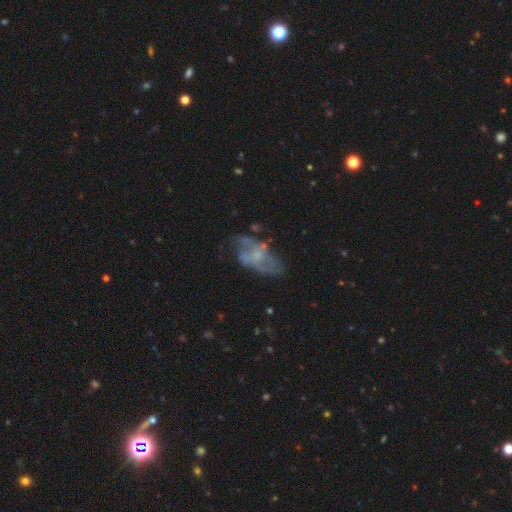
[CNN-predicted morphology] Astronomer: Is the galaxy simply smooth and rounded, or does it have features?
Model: featured or disk — 60%.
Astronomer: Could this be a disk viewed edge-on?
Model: no — 94%.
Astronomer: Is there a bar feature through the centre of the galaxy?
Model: no — 74%.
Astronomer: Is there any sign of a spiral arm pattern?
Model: no — 56% (runner-up: yes, 44%).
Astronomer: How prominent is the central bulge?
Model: small — 46% (runner-up: none, 26%).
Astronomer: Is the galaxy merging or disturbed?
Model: none — 45% (runner-up: minor disturbance, 25%).